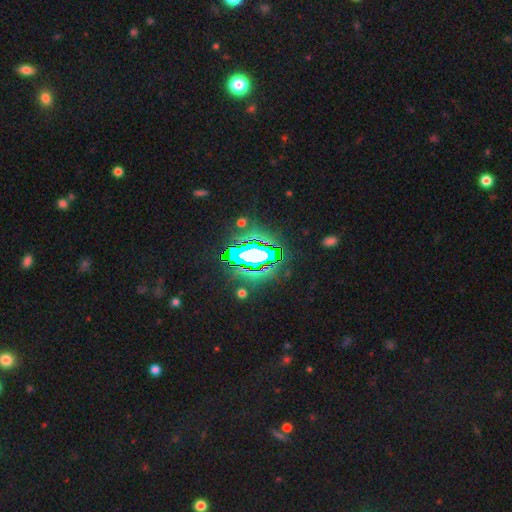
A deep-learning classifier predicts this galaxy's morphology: Overall: star or artifact (66%).